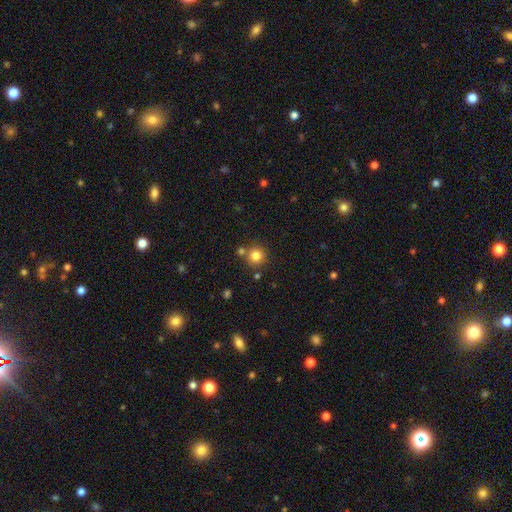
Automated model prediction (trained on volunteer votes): Smooth or featured? smooth (81%)
How rounded? round (93%)
Merging? none (76%)